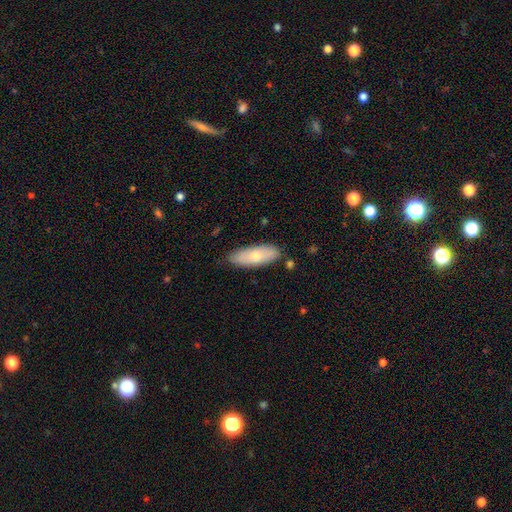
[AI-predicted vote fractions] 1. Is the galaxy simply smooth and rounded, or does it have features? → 68% smooth, 26% featured or disk, 6% star or artifact.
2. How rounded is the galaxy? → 70% in between, 27% cigar-shaped, 2% round.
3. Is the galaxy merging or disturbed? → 81% none, 14% minor disturbance, 3% merger, 2% major disturbance.